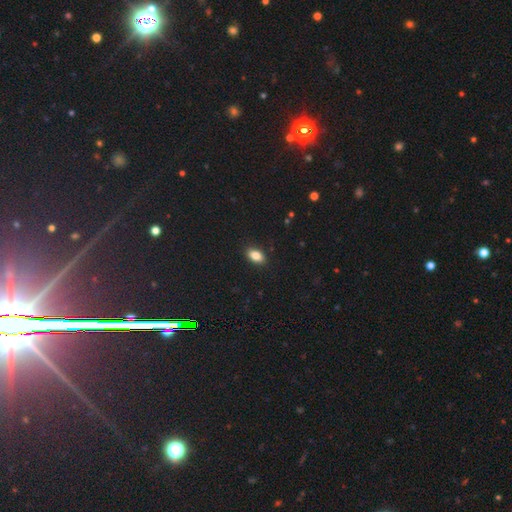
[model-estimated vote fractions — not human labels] smooth 85%, star or artifact 9%, featured or disk 6%. Down the decision tree: how rounded — in between (90%); merging — none (89%).